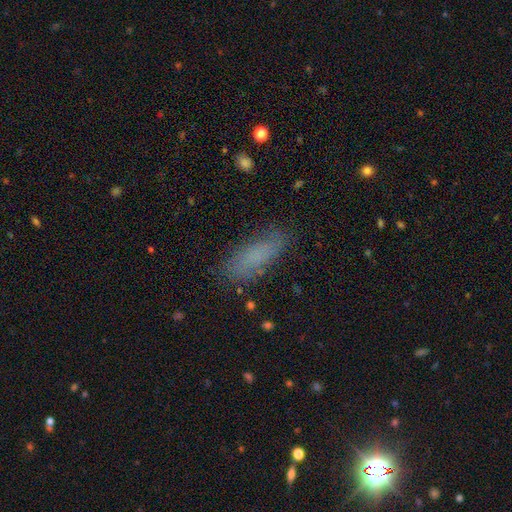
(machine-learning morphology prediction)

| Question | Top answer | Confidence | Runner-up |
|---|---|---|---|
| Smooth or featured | smooth | 72% | featured or disk (15%) |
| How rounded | in between | 61% | cigar-shaped (36%) |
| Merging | none | 78% | minor disturbance (15%) |